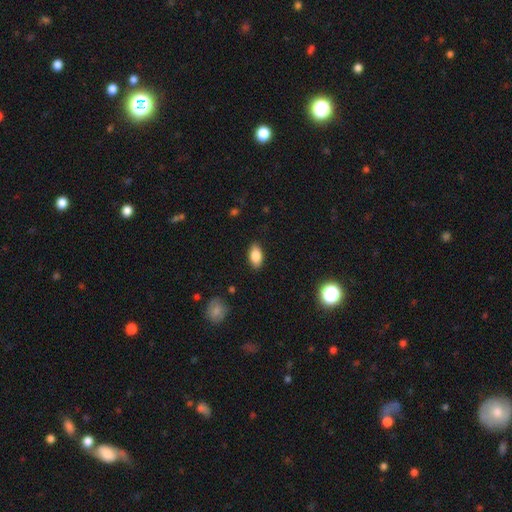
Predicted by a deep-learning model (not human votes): A smooth galaxy with no disk features (85%) that is in between round and cigar-shaped (92%).

Vote fractions:
- Smooth or featured? smooth: 85% / star or artifact: 8% / featured or disk: 8%
- How rounded? in between: 92% / round: 5% / cigar-shaped: 3%
- Merging? none: 87% / minor disturbance: 10% / major disturbance: 2% / merger: 1%